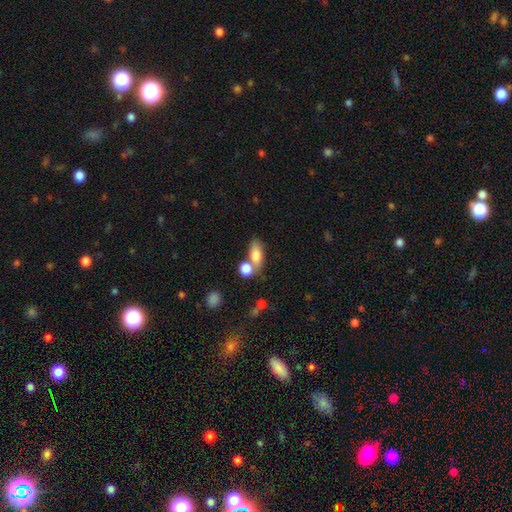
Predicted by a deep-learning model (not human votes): A smooth galaxy with no disk features (79%) that is in between round and cigar-shaped (80%). Merging: none (48%).